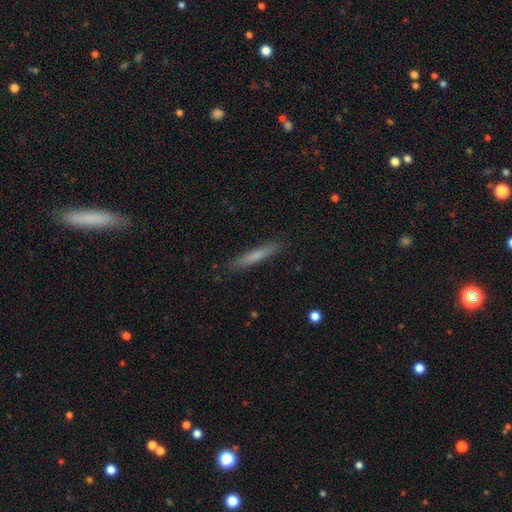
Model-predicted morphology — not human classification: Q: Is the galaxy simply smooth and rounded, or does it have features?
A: smooth — 67%.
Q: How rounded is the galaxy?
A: cigar-shaped — 94%.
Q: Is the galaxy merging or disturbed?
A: none — 88%.